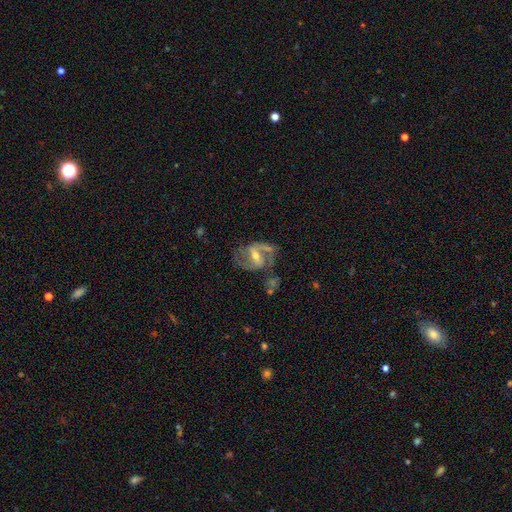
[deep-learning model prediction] A featured or disk galaxy (86%) with a strong bar (48%), 2 (87%) medium (55%) spiral arms (93%) and a moderate central bulge (49%). Merging: none (62%).